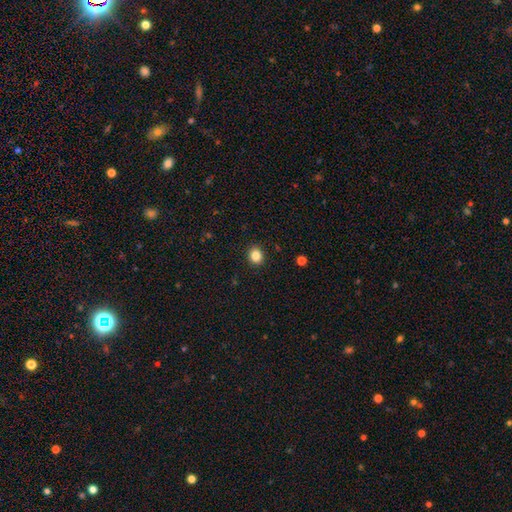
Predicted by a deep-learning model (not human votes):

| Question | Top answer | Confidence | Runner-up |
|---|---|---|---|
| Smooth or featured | smooth | 85% | star or artifact (10%) |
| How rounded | round | 68% | in between (31%) |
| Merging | none | 91% | minor disturbance (6%) |